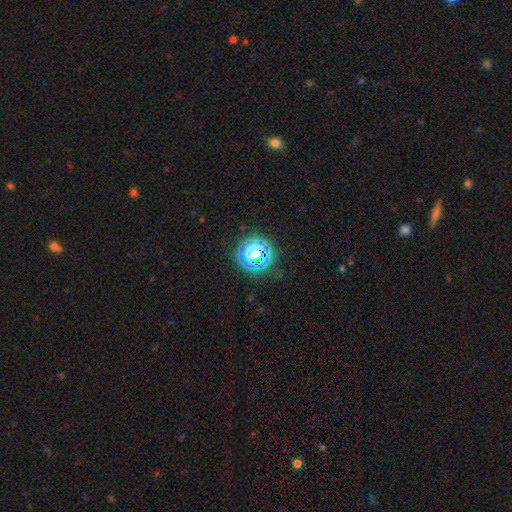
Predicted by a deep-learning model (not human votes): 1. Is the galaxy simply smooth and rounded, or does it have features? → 59% star or artifact, 31% smooth, 10% featured or disk.